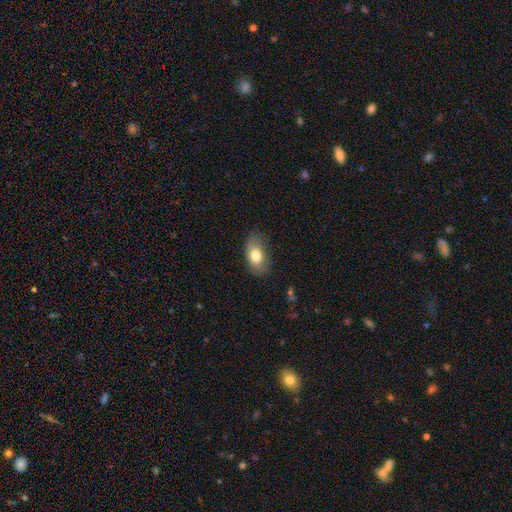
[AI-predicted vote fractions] Smooth or featured? Predicted: smooth (p=0.76). How rounded? Predicted: in between (p=0.90). Merging? Predicted: none (p=0.71).